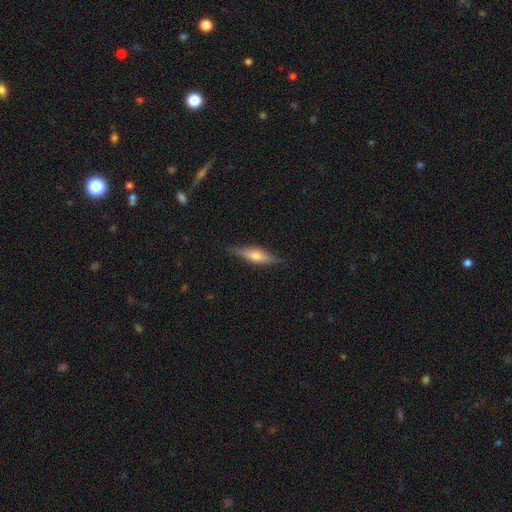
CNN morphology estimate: This appears to be a featured or disk galaxy (63%) viewed edge-on (96%) with a rounded central bulge (82%). Merging: none (87%).